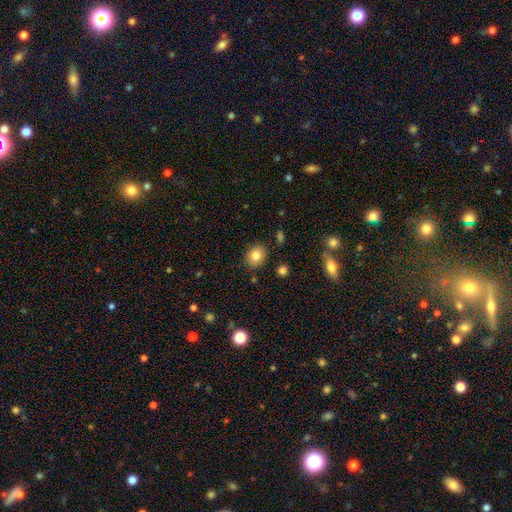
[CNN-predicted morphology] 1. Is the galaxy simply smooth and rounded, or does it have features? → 82% smooth, 10% star or artifact, 8% featured or disk.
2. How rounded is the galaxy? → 65% round, 34% in between, 1% cigar-shaped.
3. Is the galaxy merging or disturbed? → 87% none, 8% minor disturbance, 2% major disturbance, 2% merger.